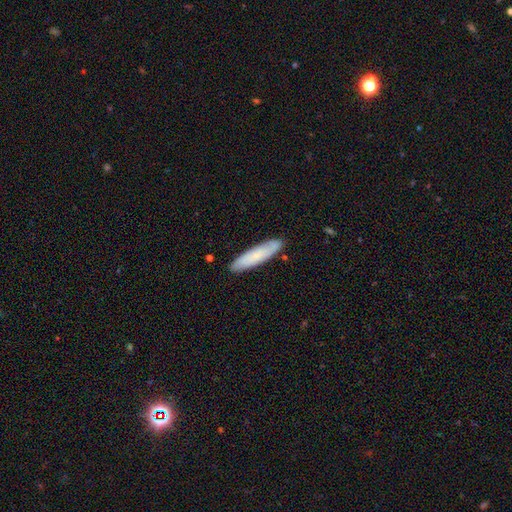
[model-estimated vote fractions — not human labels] This is likely a smooth galaxy (69%). How rounded: clearly cigar-shaped (80%). Merging: clearly none (87%).